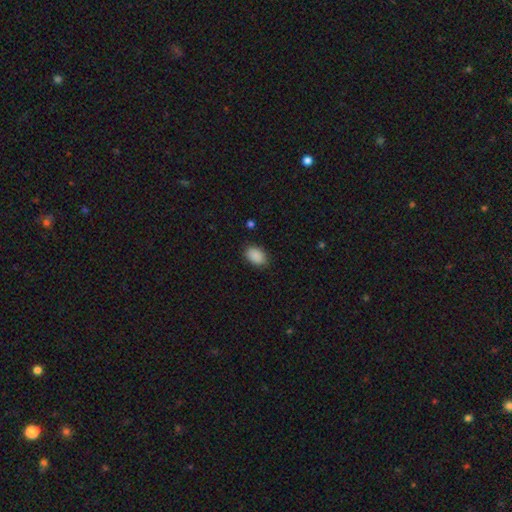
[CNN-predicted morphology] A smooth galaxy with no disk features (89%) that is in between round and cigar-shaped (86%). Merging: none (85%).